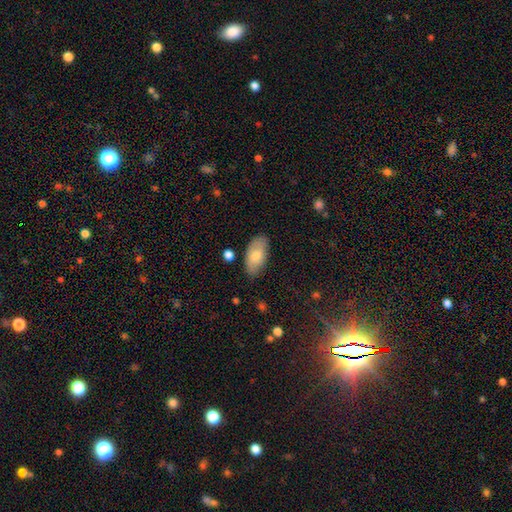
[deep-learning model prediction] This appears to be a smooth galaxy with no disk features (75%) that is in between round and cigar-shaped (94%). Merging: none (79%).